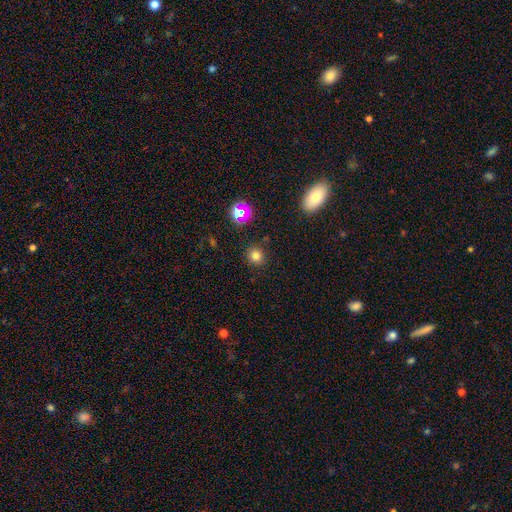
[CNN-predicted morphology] Overall: smooth (76%). How rounded: round (88%). Merging: none (86%).